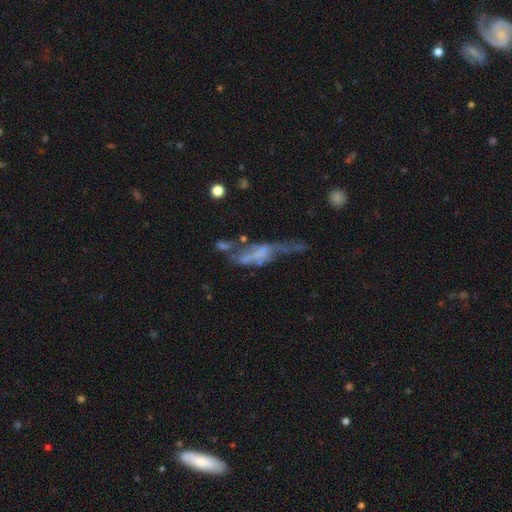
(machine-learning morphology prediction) Smooth or featured? Predicted: featured or disk (p=0.59). Edge-on disk? Predicted: no (p=0.64). Merging? Predicted: major disturbance (p=0.36).